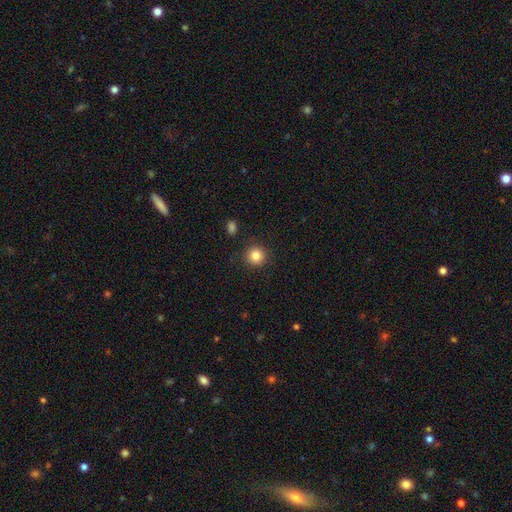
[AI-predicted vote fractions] The model was most divided on "smooth or featured": smooth: 84%, star or artifact: 10%, featured or disk: 5%. More confident: how rounded — round (94%); merging — none (90%).